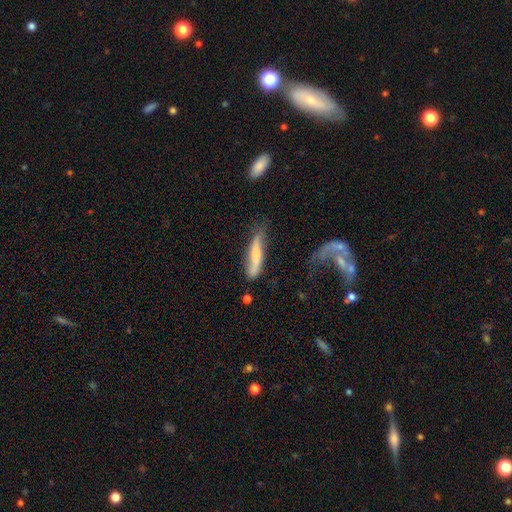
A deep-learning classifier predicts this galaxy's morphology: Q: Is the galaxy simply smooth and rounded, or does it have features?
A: smooth — 55%.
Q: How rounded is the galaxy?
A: cigar-shaped — 85%.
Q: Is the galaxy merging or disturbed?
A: none — 52%.